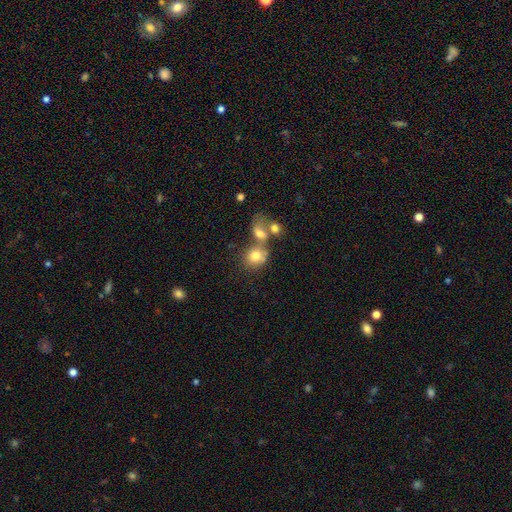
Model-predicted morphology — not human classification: Overall: smooth (73%). How rounded: round (65%; in between 34%). Merging: merger (48%; none 33%).